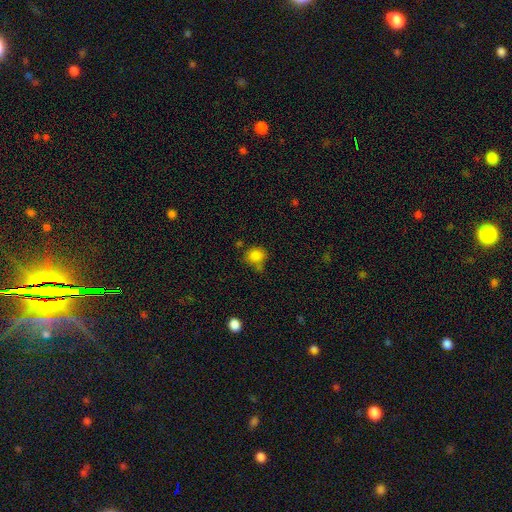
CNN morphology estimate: Smooth or featured? smooth (82%)
How rounded? round (75%)
Merging? none (60%)